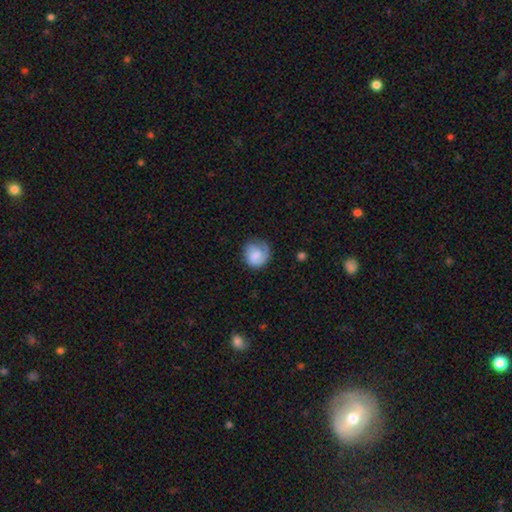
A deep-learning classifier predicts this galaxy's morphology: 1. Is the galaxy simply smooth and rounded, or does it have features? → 66% smooth, 28% featured or disk, 7% star or artifact.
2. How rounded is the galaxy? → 82% round, 17% in between, 1% cigar-shaped.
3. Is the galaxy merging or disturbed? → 60% none, 26% minor disturbance, 13% major disturbance, 2% merger.